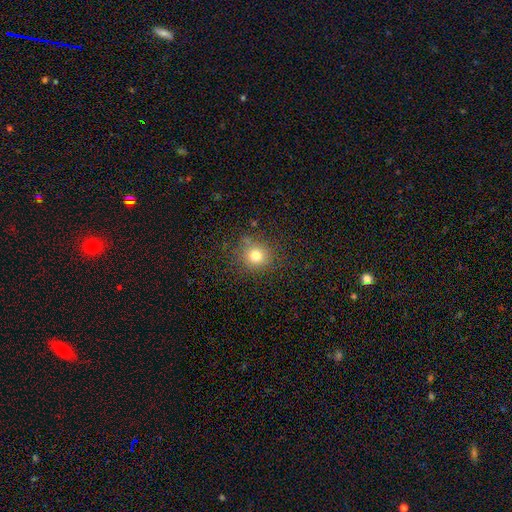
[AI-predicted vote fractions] This is likely a smooth galaxy (77%). How rounded: clearly round (86%). Merging: clearly none (83%).